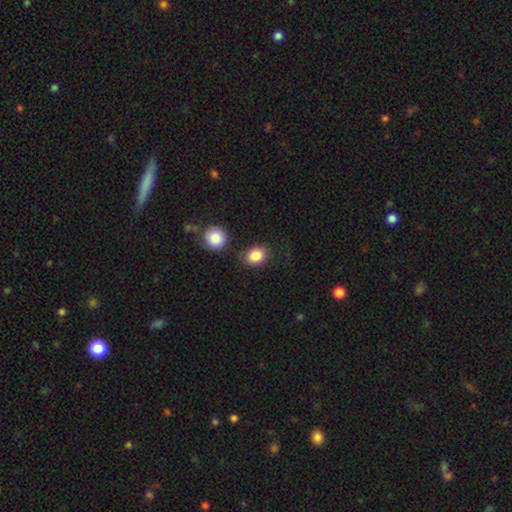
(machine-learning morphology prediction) This is clearly a smooth galaxy (86%). How rounded: possibly in between (53%). Merging: likely none (75%).